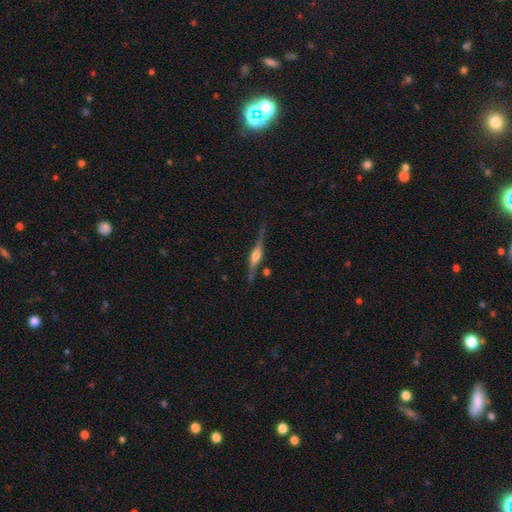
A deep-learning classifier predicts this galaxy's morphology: This is clearly a featured or disk galaxy (81%). It is clearly viewed edge-on (97%). Edge-on bulge: clearly rounded (87%). Merging: likely none (78%).